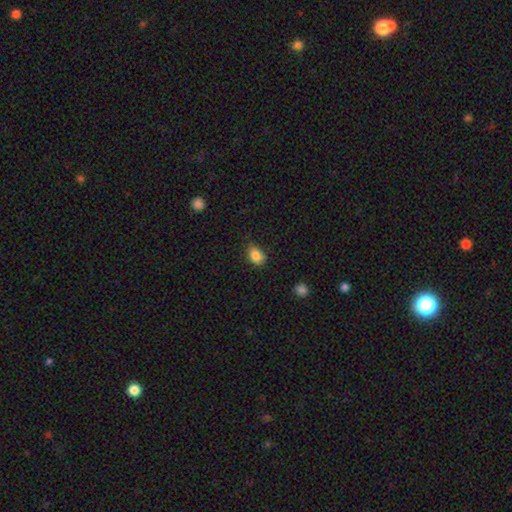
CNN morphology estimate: smooth-or-featured: smooth: 85% | star or artifact: 9% | featured or disk: 5%
  how-rounded: in between: 76% | round: 23% | cigar-shaped: 1%
  merging: none: 73% | minor disturbance: 22% | major disturbance: 4% | merger: 2%